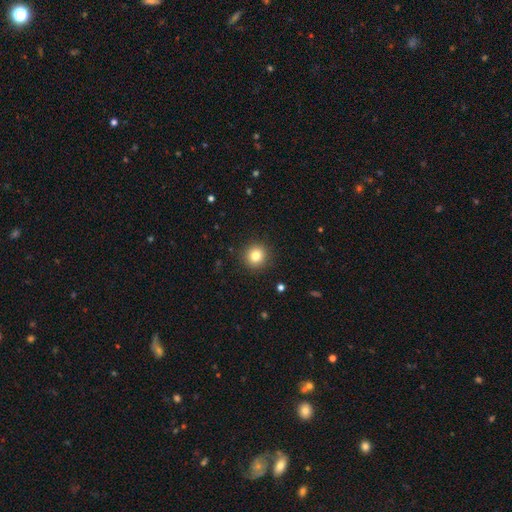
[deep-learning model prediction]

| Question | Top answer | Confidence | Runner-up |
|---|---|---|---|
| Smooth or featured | smooth | 81% | star or artifact (11%) |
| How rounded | round | 94% | in between (5%) |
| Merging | none | 91% | minor disturbance (6%) |